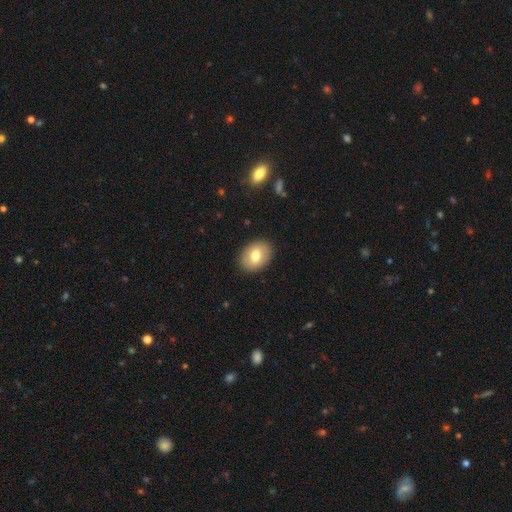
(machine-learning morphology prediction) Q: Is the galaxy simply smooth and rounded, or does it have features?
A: smooth — 73%.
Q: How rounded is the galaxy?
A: in between — 72%.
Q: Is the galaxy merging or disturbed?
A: none — 88%.